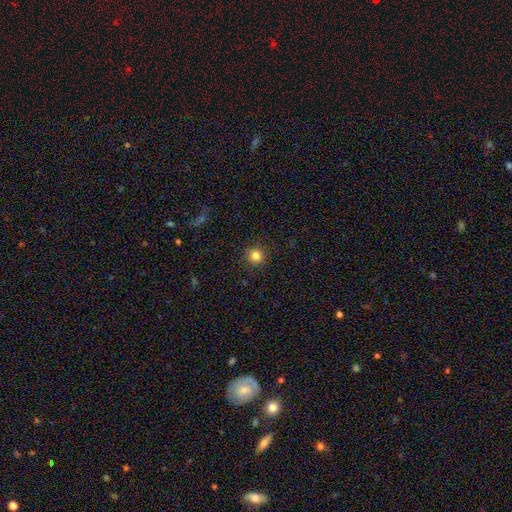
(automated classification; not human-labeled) This is clearly a smooth galaxy (83%). How rounded: clearly round (93%). Merging: clearly none (91%).